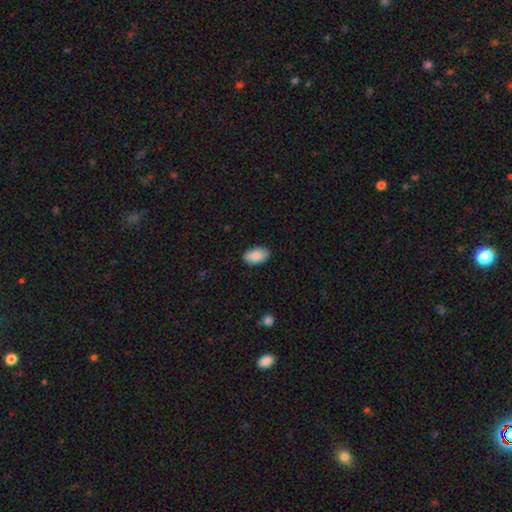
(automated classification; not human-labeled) Smooth or featured? smooth (90%)
How rounded? in between (94%)
Merging? none (86%)